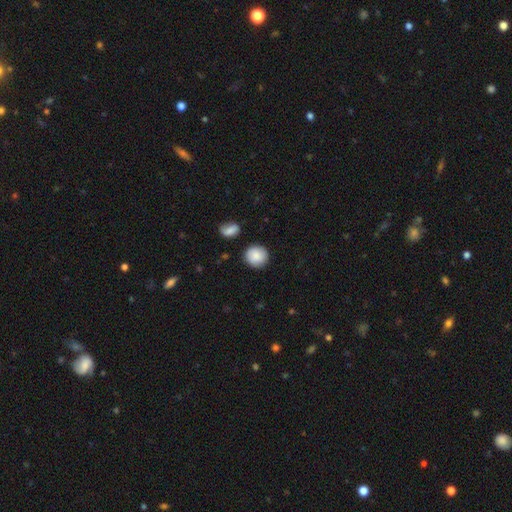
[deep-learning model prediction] Smooth or featured? Predicted: smooth (p=0.87). How rounded? Predicted: round (p=0.93). Merging? Predicted: none (p=0.88).